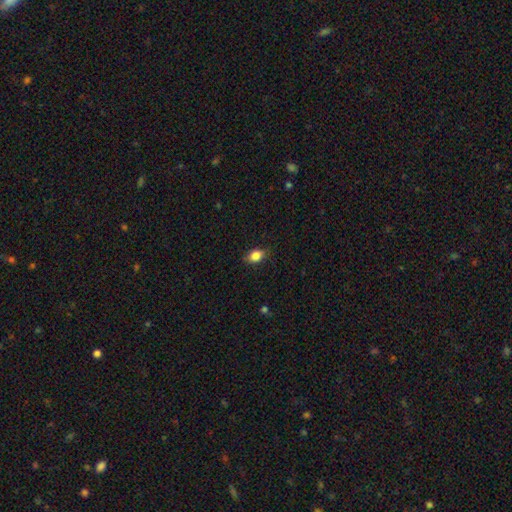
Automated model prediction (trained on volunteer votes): Smooth or featured? smooth (85%)
How rounded? in between (75%)
Merging? none (83%)